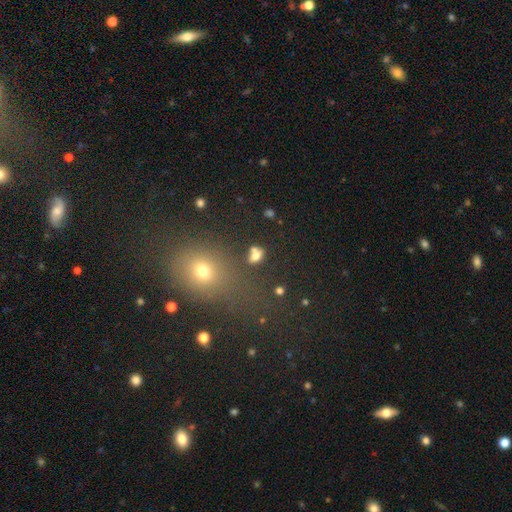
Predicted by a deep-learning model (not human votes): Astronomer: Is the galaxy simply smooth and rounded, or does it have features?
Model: smooth — 72%.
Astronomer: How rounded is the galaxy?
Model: in between — 63%.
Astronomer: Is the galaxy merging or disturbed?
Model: none — 58%.